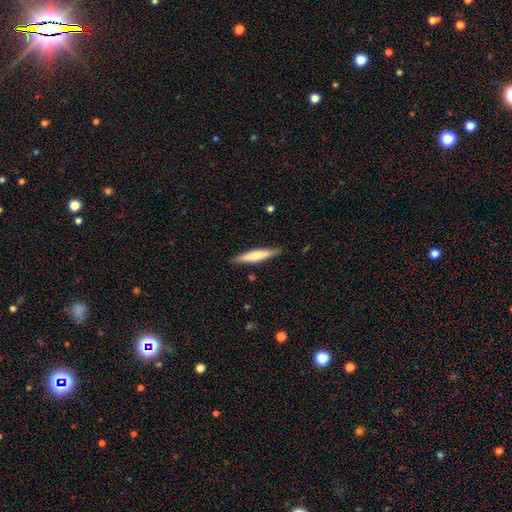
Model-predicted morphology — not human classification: A smooth galaxy with no disk features (58%) that is cigar-shaped (89%).

Vote fractions:
- Smooth or featured? smooth: 58% / featured or disk: 37% / star or artifact: 5%
- How rounded? cigar-shaped: 89% / in between: 10% / round: 1%
- Merging? none: 87% / minor disturbance: 10% / major disturbance: 2% / merger: 1%